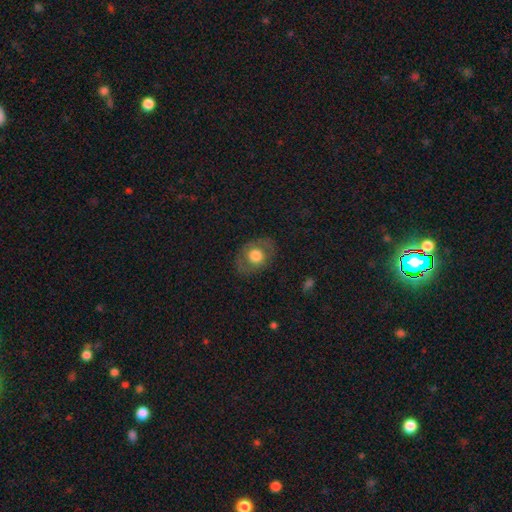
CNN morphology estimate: Smooth or featured: smooth — 62% (featured or disk — 30%)
How rounded: in between — 54% (round — 45%)
Merging: none — 81% (minor disturbance — 12%)